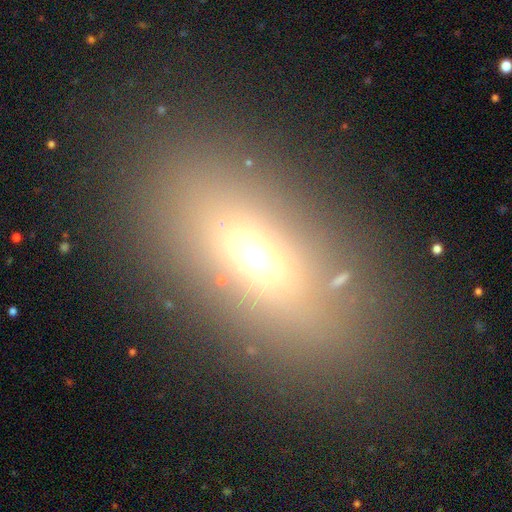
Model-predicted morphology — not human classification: smooth-or-featured: smooth: 61% | star or artifact: 20% | featured or disk: 19%
  how-rounded: in between: 79% | round: 11% | cigar-shaped: 10%
  merging: none: 81% | minor disturbance: 10% | major disturbance: 7% | merger: 3%